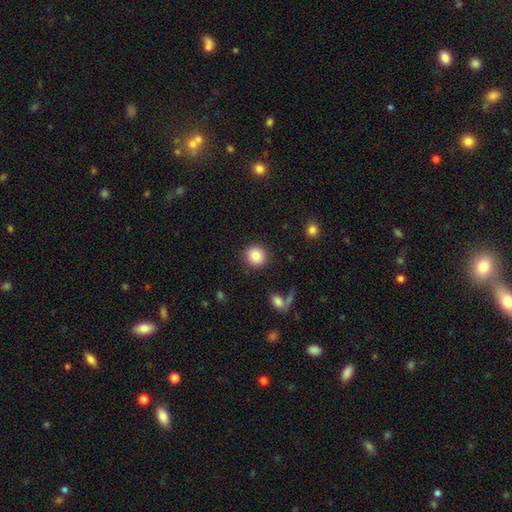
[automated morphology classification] Q: Smooth or featured?
A: smooth (85%); runner-up: star or artifact (9%)
Q: How rounded?
A: round (91%); runner-up: in between (8%)
Q: Merging?
A: none (90%); runner-up: minor disturbance (6%)